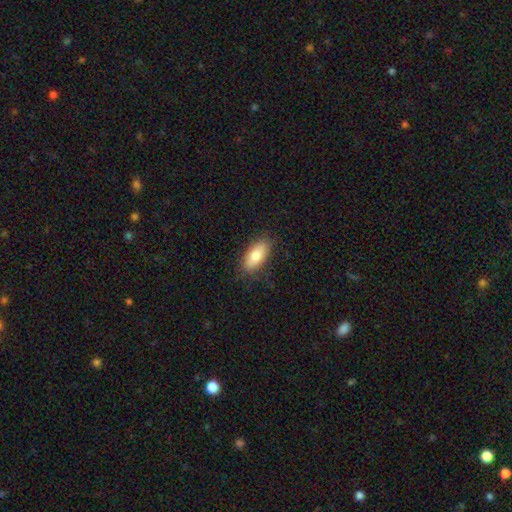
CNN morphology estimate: type=smooth (80%); roundness=in between (85%); merging=none (84%).